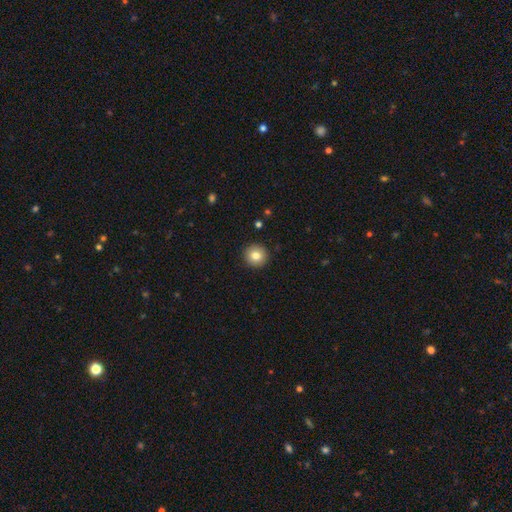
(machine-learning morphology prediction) Q: Smooth or featured?
A: smooth (82%); runner-up: star or artifact (10%)
Q: How rounded?
A: round (95%); runner-up: in between (4%)
Q: Merging?
A: none (92%); runner-up: minor disturbance (5%)